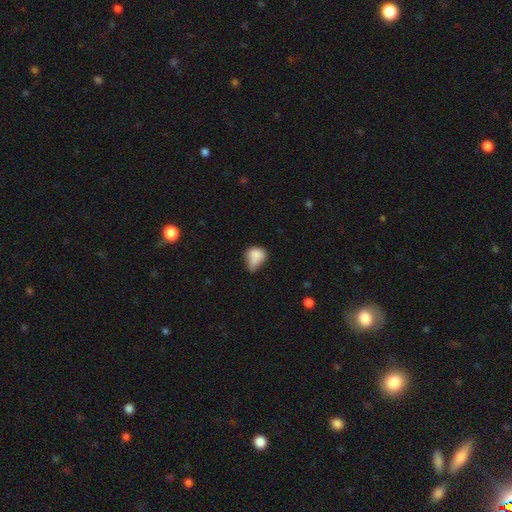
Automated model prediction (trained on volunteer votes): Smooth or featured: smooth — 74% (featured or disk — 16%)
How rounded: in between — 60% (round — 39%)
Merging: merger — 29% (tied with minor disturbance — 29%)